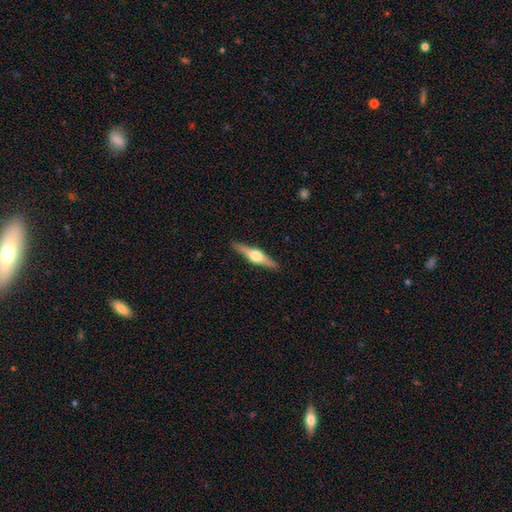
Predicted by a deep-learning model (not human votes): smooth_or_featured: featured or disk (p=0.70) [alt: smooth p=0.25]
disk_edge_on: yes (p=0.97) [alt: no p=0.03]
edge_on_bulge: rounded (p=0.95) [alt: boxy p=0.04]
merging: none (p=0.91) [alt: minor disturbance p=0.06]